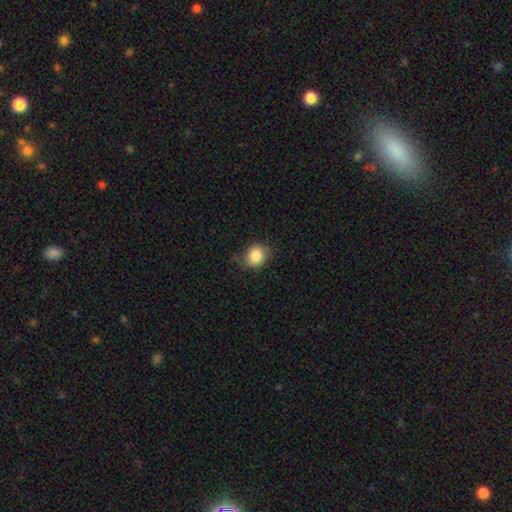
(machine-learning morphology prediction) smooth_or_featured: smooth (p=0.85) [alt: star or artifact p=0.09]
how_rounded: round (p=0.60) [alt: in between p=0.39]
merging: none (p=0.69) [alt: minor disturbance p=0.24]